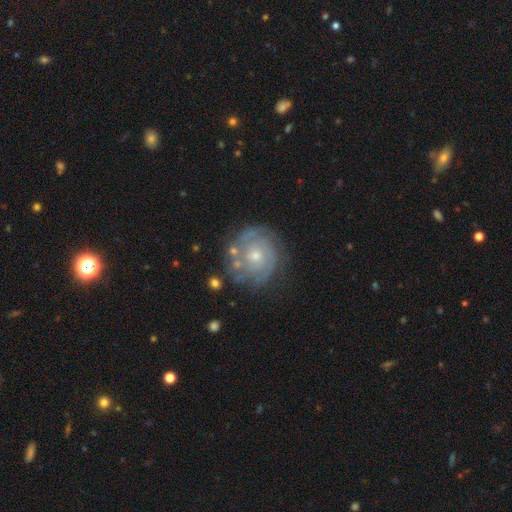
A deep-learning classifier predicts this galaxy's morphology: Smooth or featured? featured or disk (79%)
Edge-on disk? no (98%)
Bar? no (81%)
Spiral arms? yes (89%)
Spiral winding? tight (73%)
Spiral arm count? can't tell (37%)
Bulge size? small (56%)
Merging? none (74%)